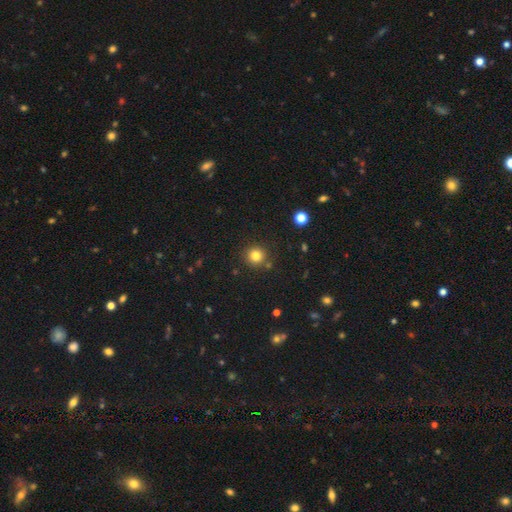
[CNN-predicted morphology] Smooth or featured?
  - smooth: 81% *
  - star or artifact: 13%
  - featured or disk: 6%
How rounded?
  - round: 94% *
  - in between: 5%
  - cigar-shaped: 1%
Merging?
  - none: 86% *
  - minor disturbance: 7%
  - merger: 5%
  - major disturbance: 2%